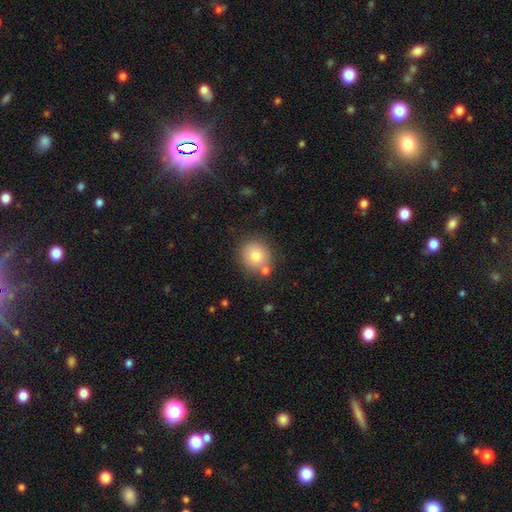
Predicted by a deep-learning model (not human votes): Q: Smooth or featured?
A: smooth (78%); runner-up: featured or disk (12%)
Q: How rounded?
A: round (86%); runner-up: in between (13%)
Q: Merging?
A: none (68%); runner-up: merger (16%)